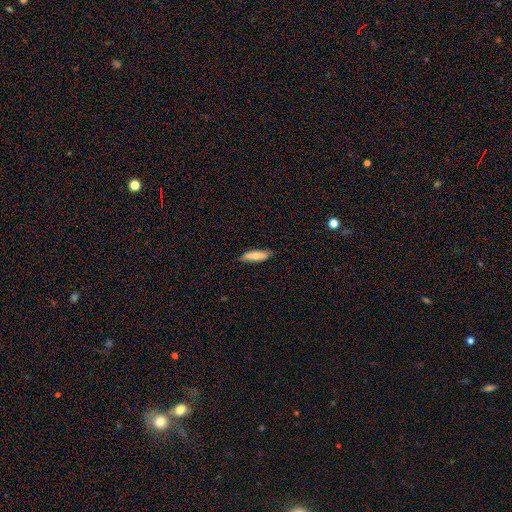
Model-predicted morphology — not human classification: smooth-or-featured: smooth: 67% | featured or disk: 27% | star or artifact: 6%
  how-rounded: cigar-shaped: 67% | in between: 31% | round: 2%
  merging: none: 83% | minor disturbance: 14% | major disturbance: 2% | merger: 1%